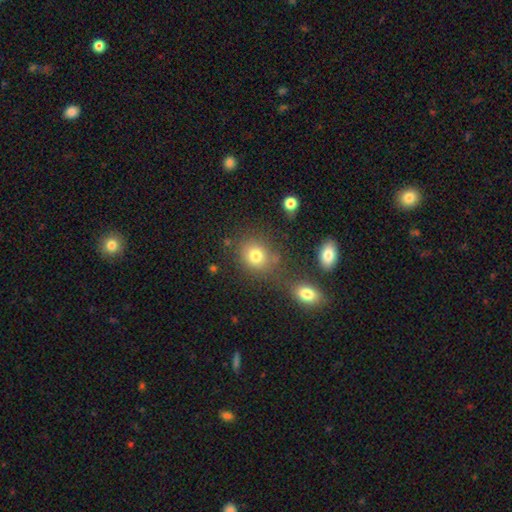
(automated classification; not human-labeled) Smooth or featured? smooth (78%)
How rounded? round (74%)
Merging? none (68%)